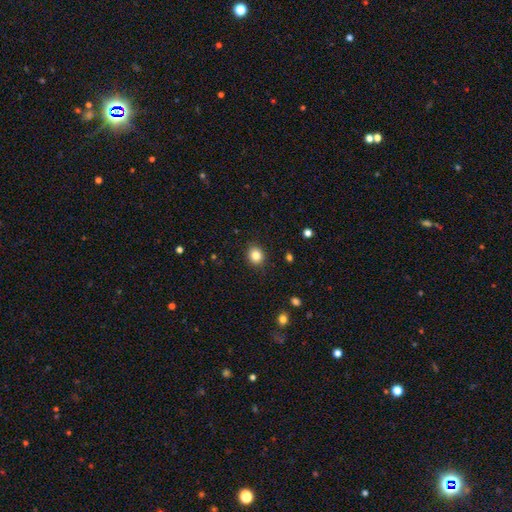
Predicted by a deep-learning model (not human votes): The model was most divided on "how rounded": round: 75%, in between: 24%, cigar-shaped: 1%. More confident: merging — none (88%); smooth or featured — smooth (84%).